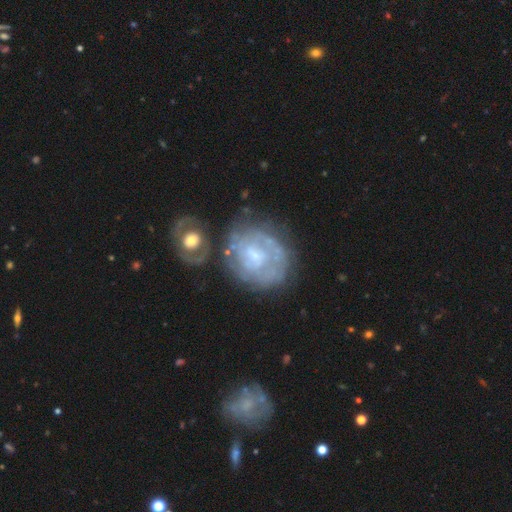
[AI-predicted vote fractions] This appears to be a featured or disk galaxy (72%) with no bar (59%), spiral arms (70%) and a small central bulge (50%). Merging: none (57%).